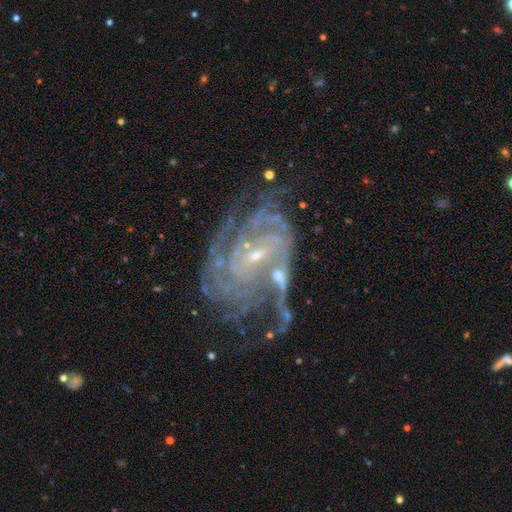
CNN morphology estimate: This appears to be a featured or disk galaxy (89%) with a weak bar (42%), tight (67%) spiral arms (97%) and a small central bulge (80%). Merging: none (45%).